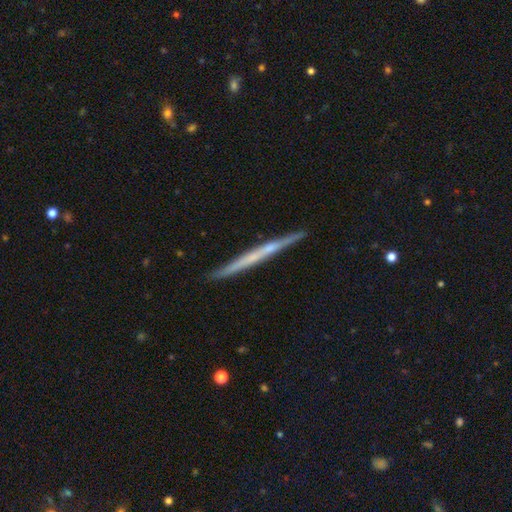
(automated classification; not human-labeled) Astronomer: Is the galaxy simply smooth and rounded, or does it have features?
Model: featured or disk — 60%.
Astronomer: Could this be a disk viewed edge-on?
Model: yes — 97%.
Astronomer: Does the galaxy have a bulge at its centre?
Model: none — 81%.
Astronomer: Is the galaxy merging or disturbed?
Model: none — 89%.